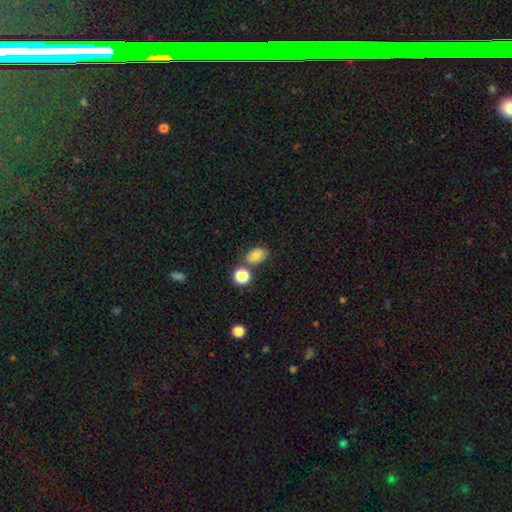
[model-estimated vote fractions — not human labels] smooth_or_featured: smooth (p=0.72) [alt: featured or disk p=0.15]
how_rounded: in between (p=0.73) [alt: round p=0.26]
merging: none (p=0.67) [alt: minor disturbance p=0.15]